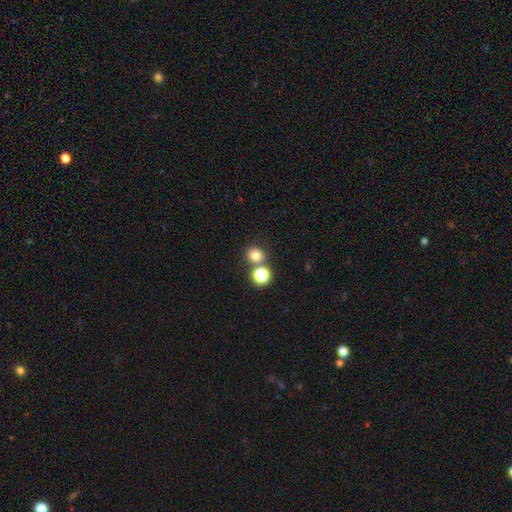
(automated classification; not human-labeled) A smooth galaxy with no disk features (77%) that is round (86%). Merging: none (68%).